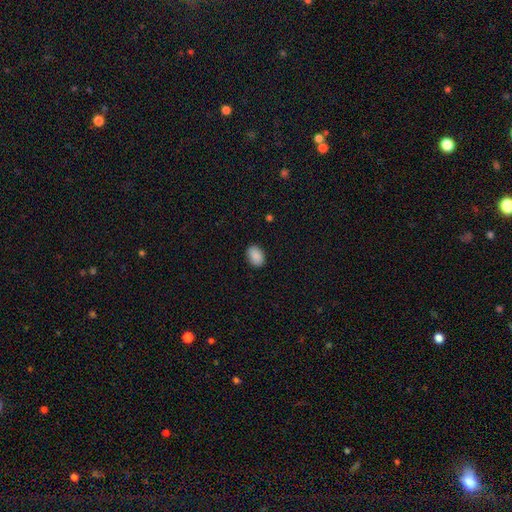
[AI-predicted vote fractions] Smooth or featured?
  - smooth: 90% *
  - star or artifact: 8%
  - featured or disk: 3%
How rounded?
  - in between: 82% *
  - round: 17%
  - cigar-shaped: 1%
Merging?
  - none: 88% *
  - minor disturbance: 9%
  - major disturbance: 2%
  - merger: 1%